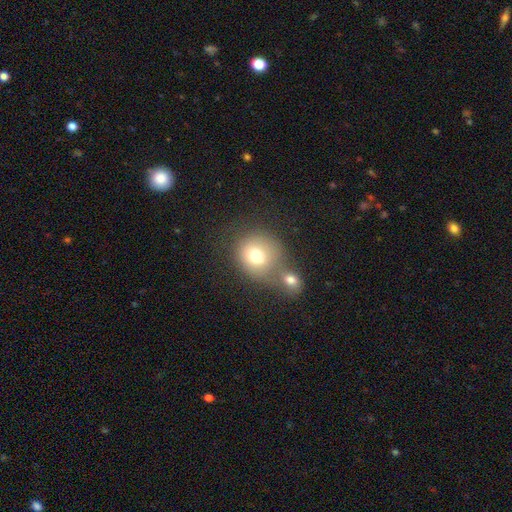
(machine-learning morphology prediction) Smooth or featured: smooth — 74% (featured or disk — 16%)
How rounded: round — 77% (in between — 22%)
Merging: merger — 50% (none — 34%)